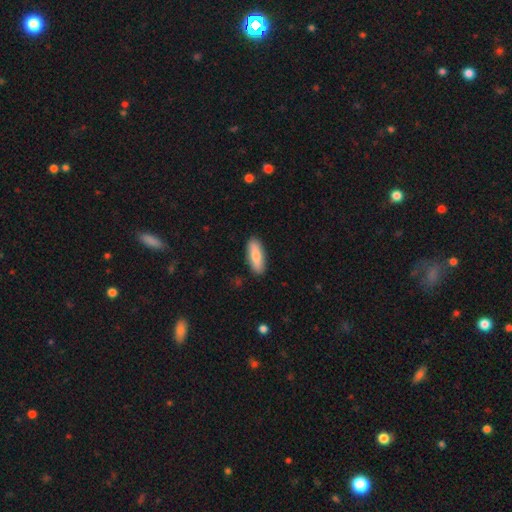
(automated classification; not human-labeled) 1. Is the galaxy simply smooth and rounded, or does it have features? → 76% smooth, 18% featured or disk, 6% star or artifact.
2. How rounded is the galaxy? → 60% in between, 38% cigar-shaped, 2% round.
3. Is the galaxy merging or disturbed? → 88% none, 9% minor disturbance, 2% major disturbance, 1% merger.